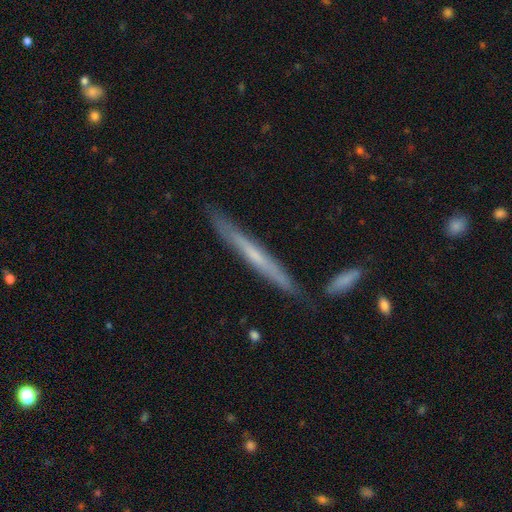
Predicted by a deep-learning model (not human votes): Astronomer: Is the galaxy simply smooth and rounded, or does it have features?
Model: featured or disk — 57% (runner-up: smooth, 37%).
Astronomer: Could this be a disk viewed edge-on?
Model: yes — 94%.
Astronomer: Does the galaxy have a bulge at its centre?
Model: none — 71%.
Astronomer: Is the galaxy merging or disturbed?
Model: none — 83%.